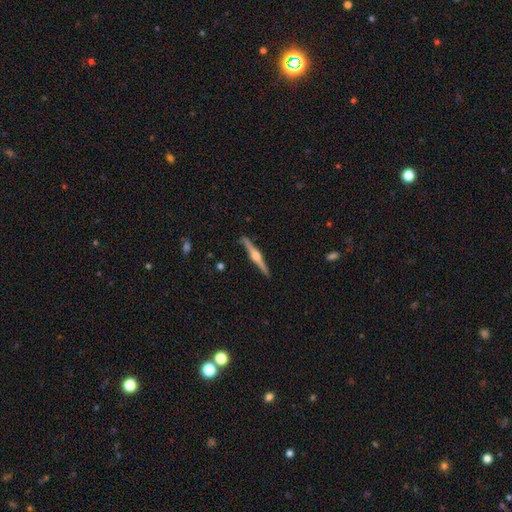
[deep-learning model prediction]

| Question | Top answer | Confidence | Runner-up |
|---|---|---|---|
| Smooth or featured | featured or disk | 80% | smooth (15%) |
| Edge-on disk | yes | 98% | no (2%) |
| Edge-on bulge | rounded | 91% | boxy (6%) |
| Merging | none | 91% | minor disturbance (7%) |